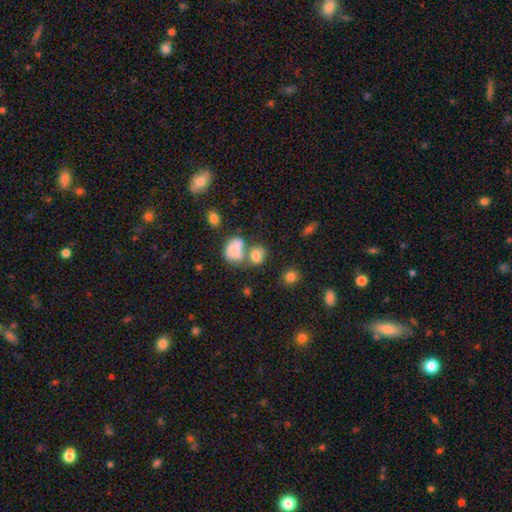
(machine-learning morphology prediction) type=smooth (77%); roundness=in between (50%); merging=merger (45%).